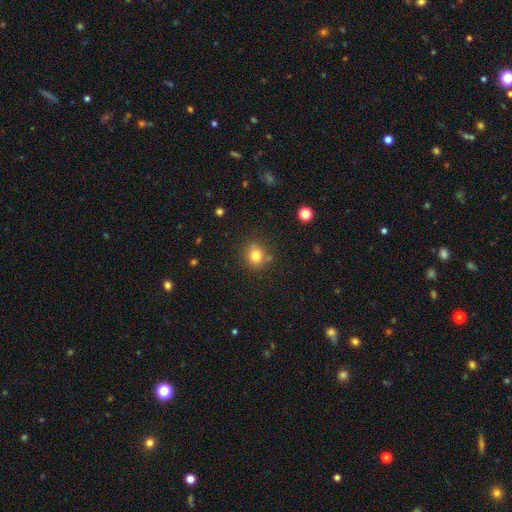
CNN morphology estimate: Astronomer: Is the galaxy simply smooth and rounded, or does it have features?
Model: smooth — 78%.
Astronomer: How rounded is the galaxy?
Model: round — 78%.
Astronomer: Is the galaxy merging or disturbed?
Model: none — 77%.